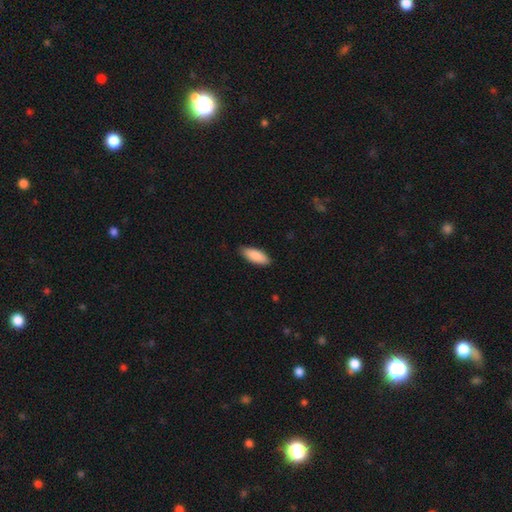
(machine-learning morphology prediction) A smooth galaxy with no disk features (89%) that is in between round and cigar-shaped (76%).

Vote fractions:
- Smooth or featured? smooth: 89% / featured or disk: 6% / star or artifact: 5%
- How rounded? in between: 76% / cigar-shaped: 22% / round: 2%
- Merging? none: 85% / minor disturbance: 12% / major disturbance: 2% / merger: 1%